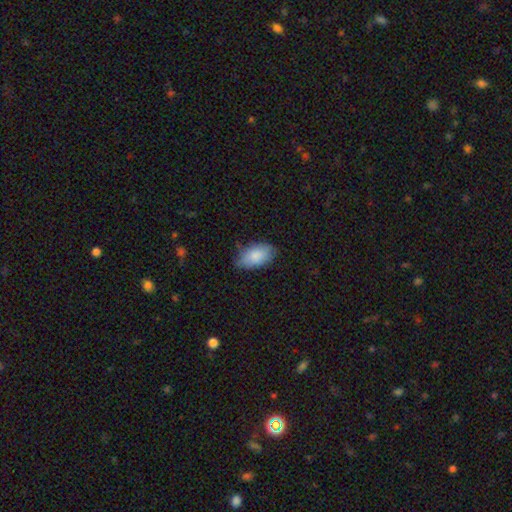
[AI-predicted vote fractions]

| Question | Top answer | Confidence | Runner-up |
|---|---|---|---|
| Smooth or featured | smooth | 85% | featured or disk (9%) |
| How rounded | in between | 94% | round (4%) |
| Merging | none | 71% | minor disturbance (23%) |